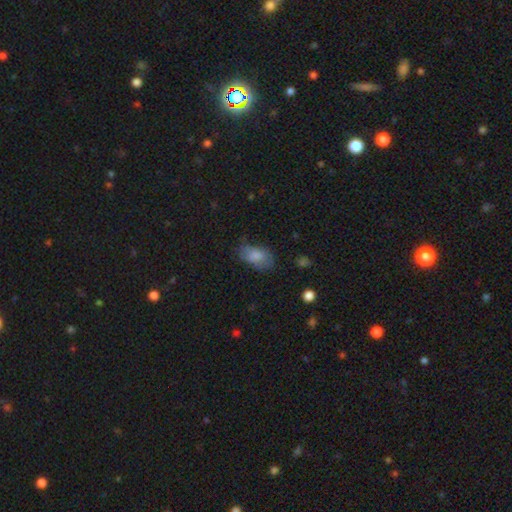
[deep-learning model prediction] Morphology: type=smooth (78%); roundness=in between (91%); merging=none (58%).